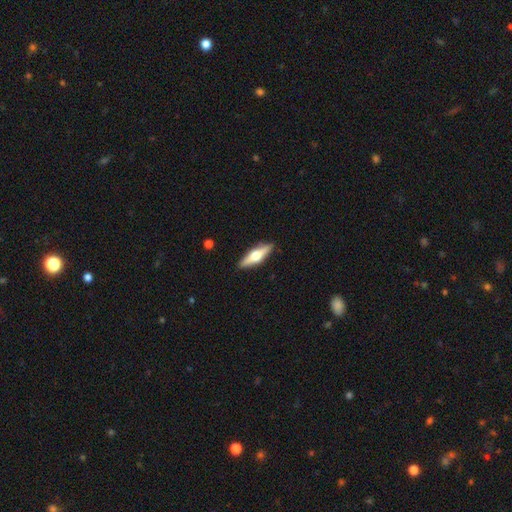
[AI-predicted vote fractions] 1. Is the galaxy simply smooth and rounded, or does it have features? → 62% featured or disk, 33% smooth, 5% star or artifact.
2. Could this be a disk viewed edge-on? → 96% yes, 4% no.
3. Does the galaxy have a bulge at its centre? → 95% rounded, 3% boxy, 2% none.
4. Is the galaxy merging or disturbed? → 90% none, 7% minor disturbance, 2% major disturbance, 1% merger.